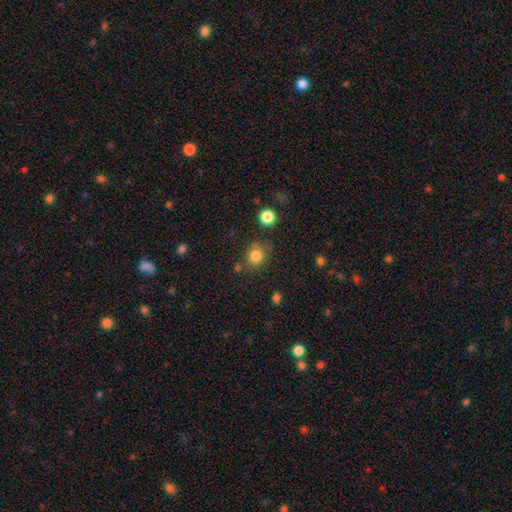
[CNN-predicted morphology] Smooth or featured? Predicted: smooth (p=0.82). How rounded? Predicted: round (p=0.68). Merging? Predicted: none (p=0.70).